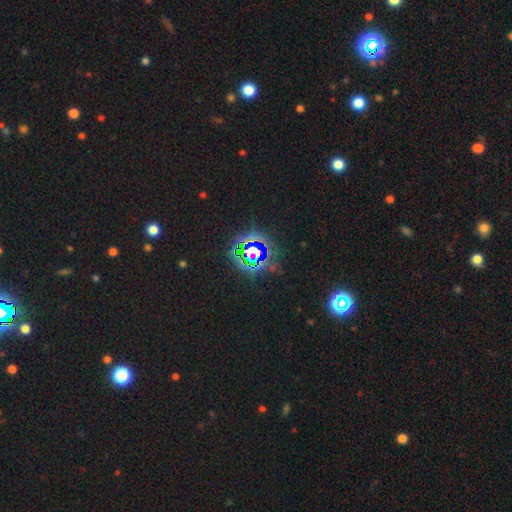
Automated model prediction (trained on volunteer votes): smooth_or_featured: star or artifact (p=0.80) [alt: smooth p=0.12]